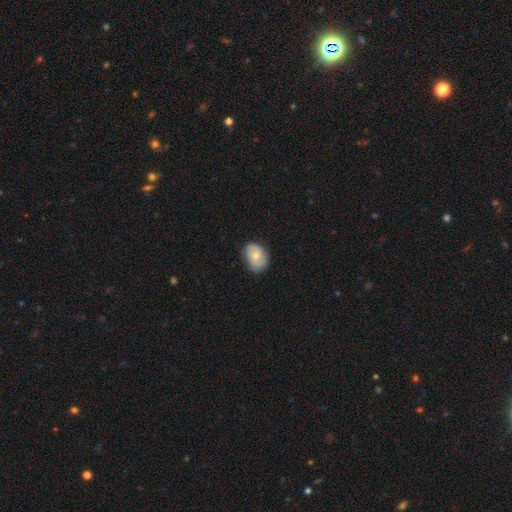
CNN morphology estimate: The model was most divided on "smooth or featured": featured or disk: 50%, smooth: 43%, star or artifact: 6%. More confident: edge-on disk — no (97%); merging — none (74%).